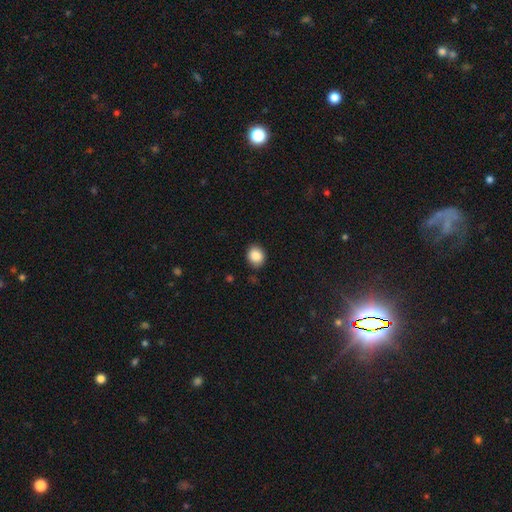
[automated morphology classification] A smooth galaxy with no disk features (88%) that is round (68%).

Vote fractions:
- Smooth or featured? smooth: 88% / star or artifact: 9% / featured or disk: 3%
- How rounded? round: 68% / in between: 31% / cigar-shaped: 1%
- Merging? none: 87% / minor disturbance: 9% / major disturbance: 2% / merger: 1%